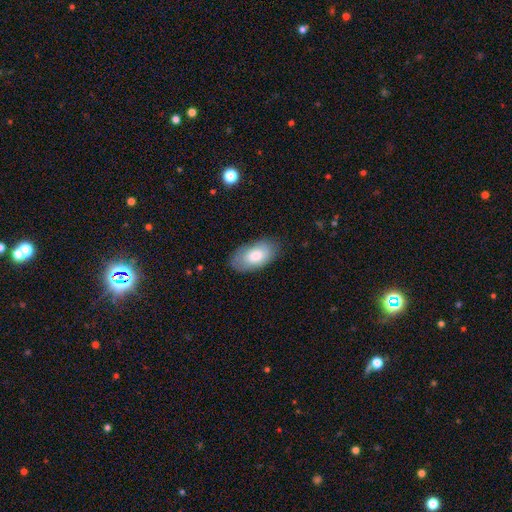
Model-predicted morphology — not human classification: This is likely a smooth galaxy (77%). How rounded: clearly in between (95%). Merging: likely none (80%).